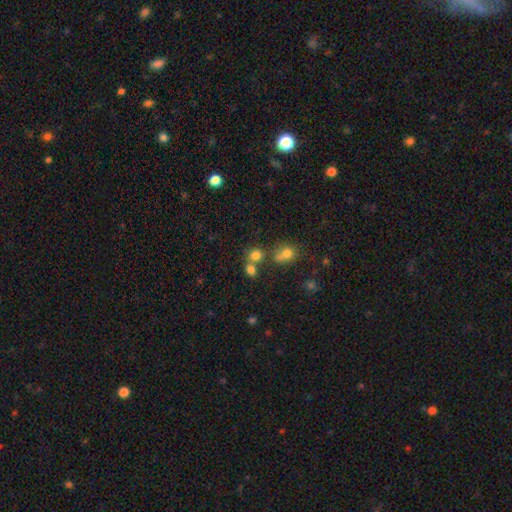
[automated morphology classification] Smooth or featured: smooth — 76% (star or artifact — 17%)
How rounded: round — 82% (in between — 17%)
Merging: none — 56% (merger — 32%)